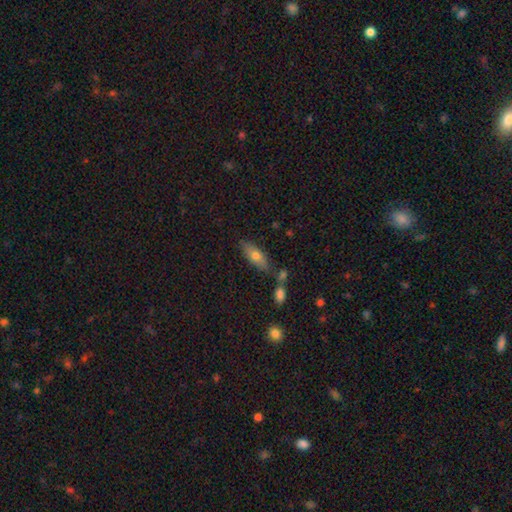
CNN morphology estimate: The model was most divided on "how rounded": in between: 71%, cigar-shaped: 26%, round: 3%. More confident: smooth or featured — smooth (69%); merging — none (68%).